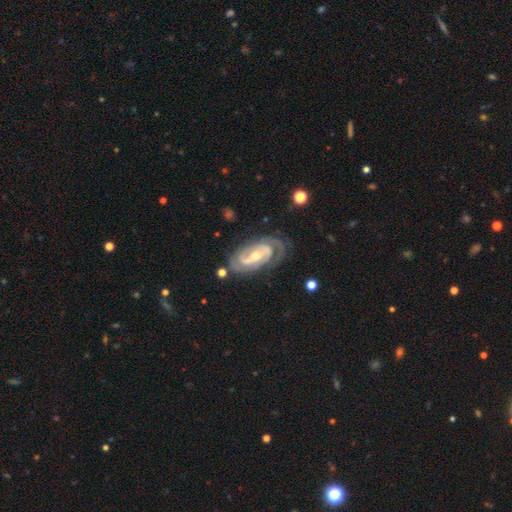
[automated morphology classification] featured or disk 90%, smooth 5%, star or artifact 4%. Down the decision tree: edge-on disk — no (96%); bar — weak (37%); spiral arms — yes (97%); spiral arm count — 2 (65%); spiral winding — tight (63%); bulge size — moderate (52%); merging — none (71%).